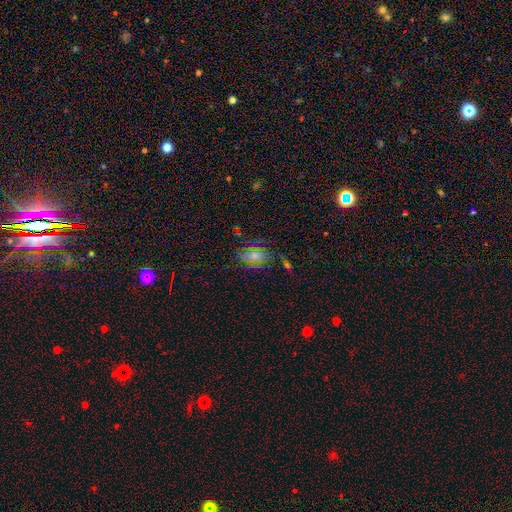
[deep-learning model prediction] Morphology: type=featured or disk (37%); merging=none (60%).